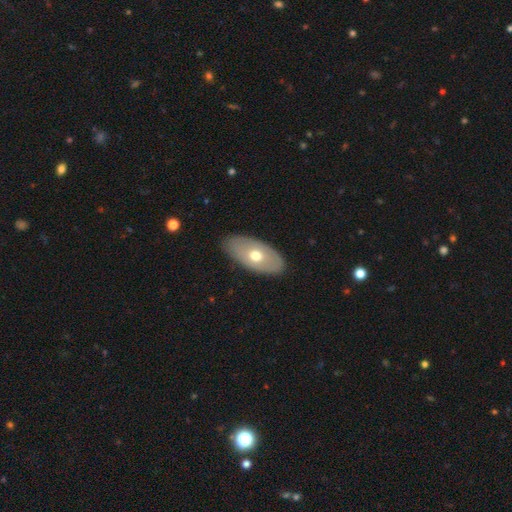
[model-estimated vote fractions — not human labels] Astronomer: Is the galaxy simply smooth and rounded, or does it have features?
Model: smooth — 54% (runner-up: featured or disk, 40%).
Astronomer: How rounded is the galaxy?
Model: in between — 92%.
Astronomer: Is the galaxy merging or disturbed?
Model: none — 84%.